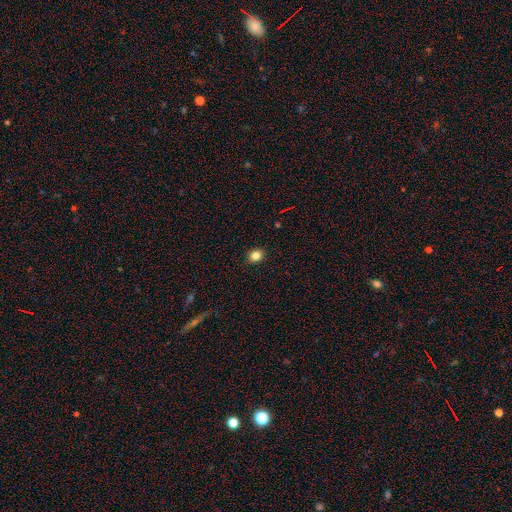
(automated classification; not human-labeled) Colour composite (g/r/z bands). It shows a smooth galaxy with no disk features (83%) that is round (72%). Merging: none (92%).